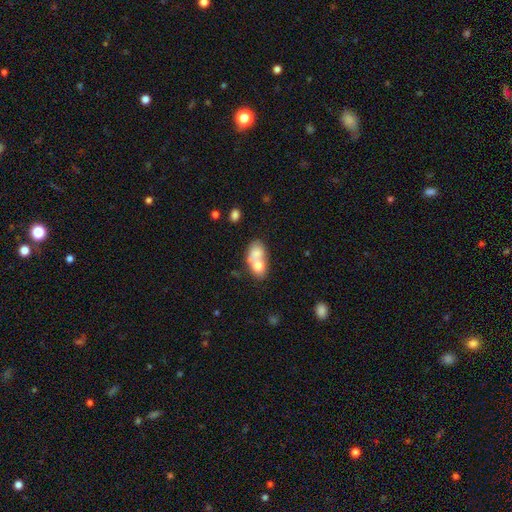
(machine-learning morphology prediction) A smooth galaxy with no disk features (69%) that is in between round and cigar-shaped (72%).

Vote fractions:
- Smooth or featured? smooth: 69% / featured or disk: 23% / star or artifact: 9%
- How rounded? in between: 72% / round: 26% / cigar-shaped: 2%
- Merging? merger: 67% / none: 19% / minor disturbance: 8% / major disturbance: 6%